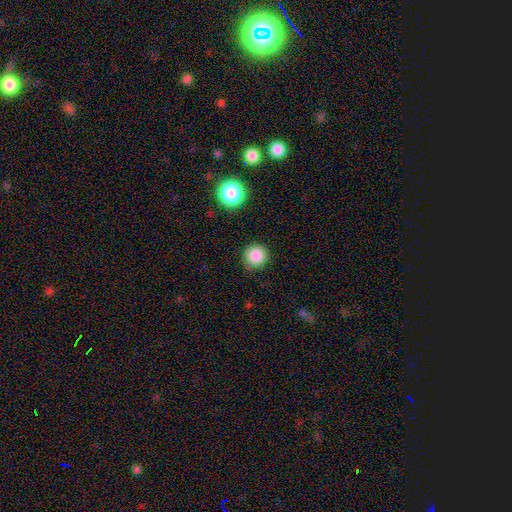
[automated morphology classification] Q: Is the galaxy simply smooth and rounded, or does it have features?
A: smooth — 85%.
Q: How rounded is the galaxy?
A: round — 94%.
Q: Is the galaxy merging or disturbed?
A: none — 88%.